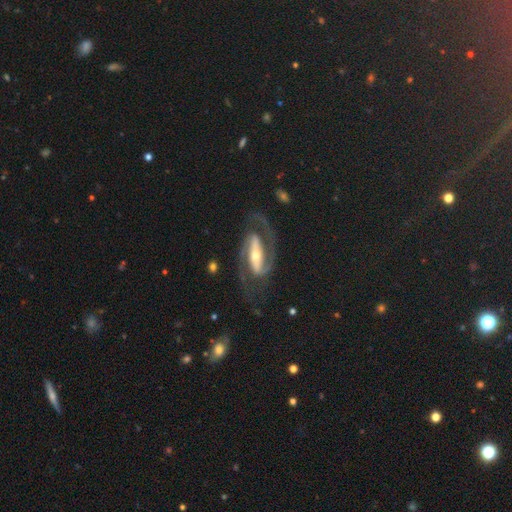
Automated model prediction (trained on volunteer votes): smooth_or_featured: featured or disk (p=0.90) [alt: smooth p=0.06]
disk_edge_on: no (p=0.95) [alt: yes p=0.05]
bar: strong (p=0.68) [alt: weak p=0.19]
has_spiral_arms: yes (p=0.96) [alt: no p=0.04]
spiral_winding: medium (p=0.54) [alt: tight p=0.29]
spiral_arm_count: 2 (p=0.92) [alt: can't tell p=0.02]
bulge_size: moderate (p=0.50) [alt: small p=0.42]
merging: none (p=0.74) [alt: minor disturbance p=0.14]